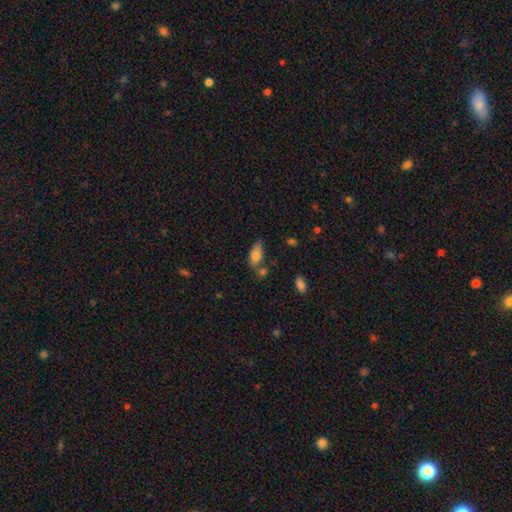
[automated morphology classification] Overall: smooth (80%). How rounded: in between (87%). Merging: none (47%; minor disturbance 25%).